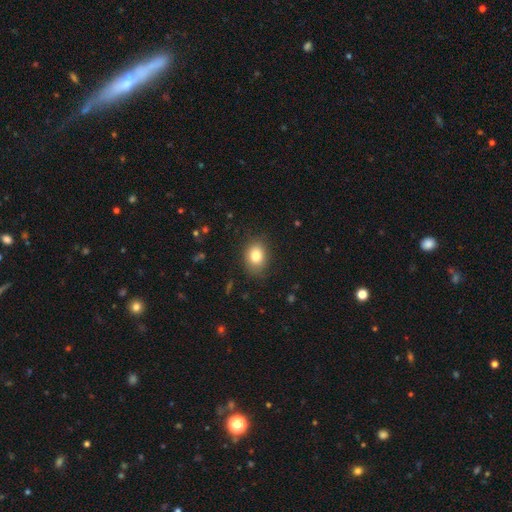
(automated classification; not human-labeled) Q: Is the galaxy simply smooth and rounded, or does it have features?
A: smooth — 82%.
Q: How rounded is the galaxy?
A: in between — 66%.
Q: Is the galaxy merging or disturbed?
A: none — 81%.